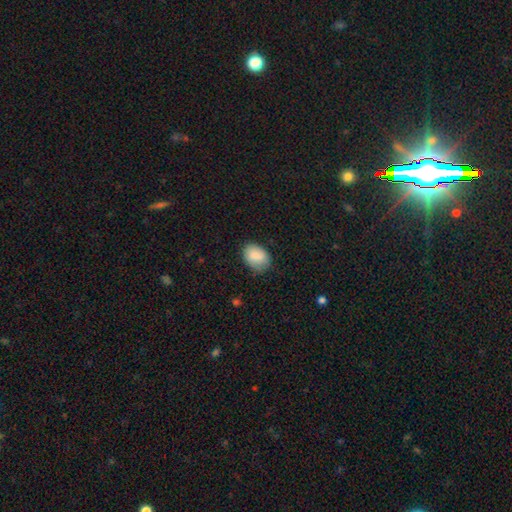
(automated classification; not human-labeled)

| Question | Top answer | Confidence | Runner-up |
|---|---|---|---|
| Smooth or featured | smooth | 84% | featured or disk (9%) |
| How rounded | in between | 78% | round (21%) |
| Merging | none | 74% | minor disturbance (21%) |